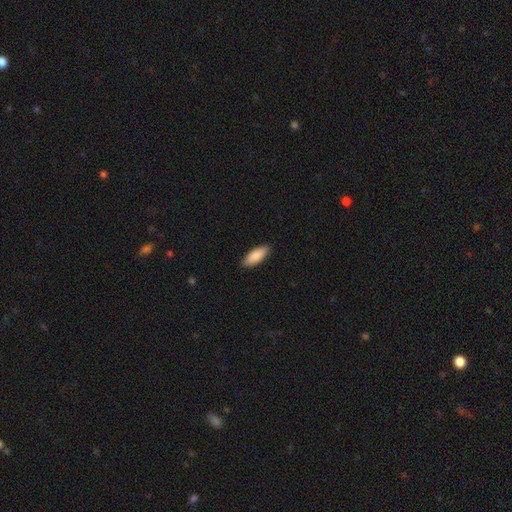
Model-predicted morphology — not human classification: A smooth galaxy with no disk features (89%) that is in between round and cigar-shaped (75%).

Vote fractions:
- Smooth or featured? smooth: 89% / featured or disk: 6% / star or artifact: 5%
- How rounded? in between: 75% / cigar-shaped: 23% / round: 2%
- Merging? none: 89% / minor disturbance: 9% / major disturbance: 2% / merger: 1%